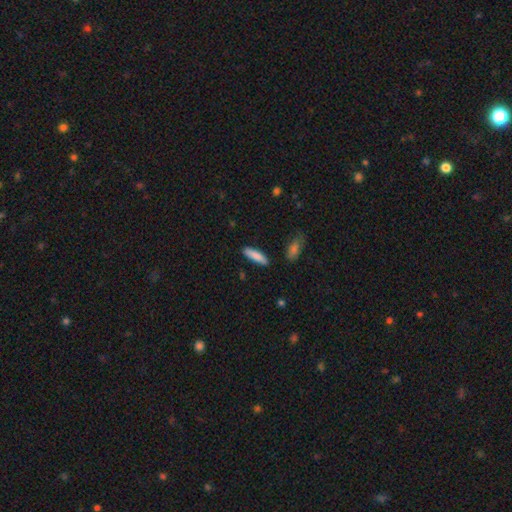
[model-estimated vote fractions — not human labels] smooth-or-featured: smooth: 84% | featured or disk: 10% | star or artifact: 6%
  how-rounded: cigar-shaped: 71% | in between: 27% | round: 2%
  merging: none: 86% | minor disturbance: 9% | merger: 2% | major disturbance: 2%